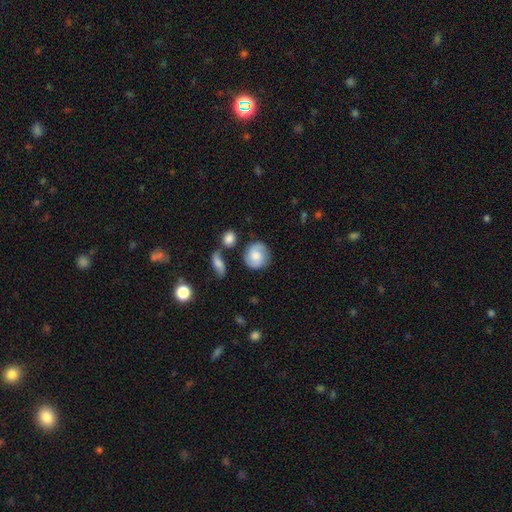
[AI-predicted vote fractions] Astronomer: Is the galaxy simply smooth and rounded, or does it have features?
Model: smooth — 55% (runner-up: featured or disk, 38%).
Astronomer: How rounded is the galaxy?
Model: round — 82%.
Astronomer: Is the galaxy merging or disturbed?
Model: none — 71%.